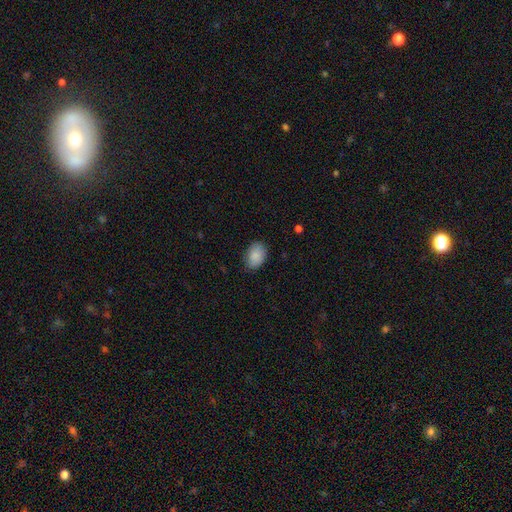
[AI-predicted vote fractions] This is clearly a smooth galaxy (88%). How rounded: clearly in between (84%). Merging: clearly none (81%).